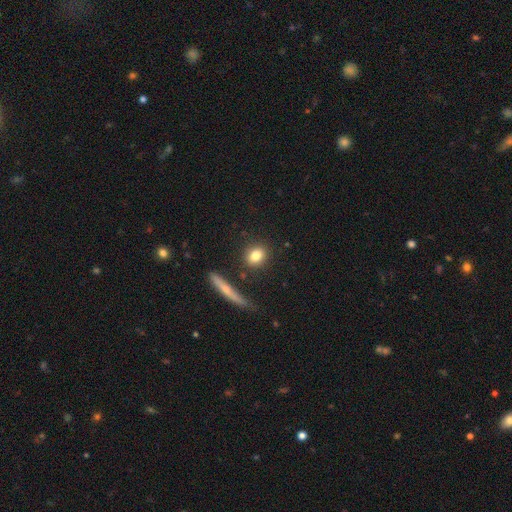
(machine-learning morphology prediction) Smooth or featured? smooth (81%)
How rounded? round (59%)
Merging? none (85%)